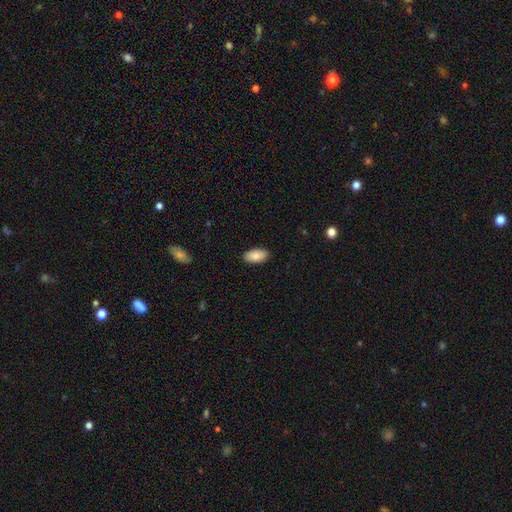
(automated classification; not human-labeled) Smooth or featured: smooth — 85% (featured or disk — 8%)
How rounded: in between — 95% (cigar-shaped — 3%)
Merging: none — 89% (minor disturbance — 8%)